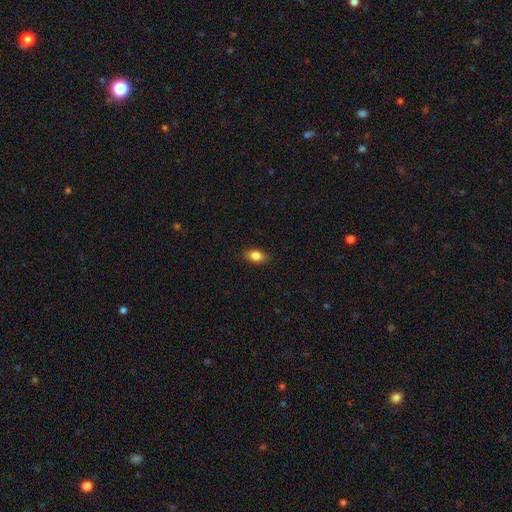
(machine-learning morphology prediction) smooth_or_featured: smooth (p=0.85) [alt: star or artifact p=0.08]
how_rounded: in between (p=0.87) [alt: round p=0.10]
merging: none (p=0.89) [alt: minor disturbance p=0.08]